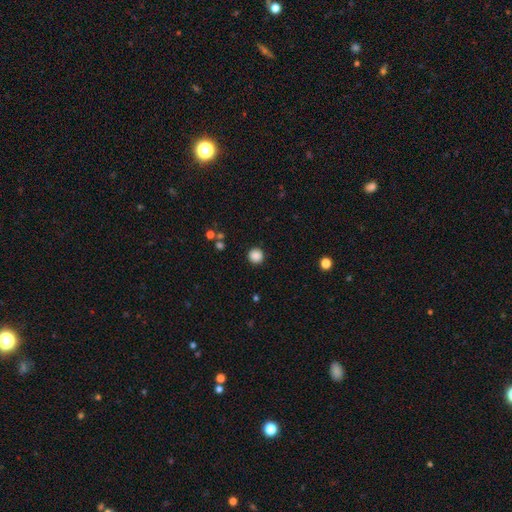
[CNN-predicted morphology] smooth 87%, star or artifact 11%, featured or disk 3%. Down the decision tree: how rounded — round (94%); merging — none (91%).